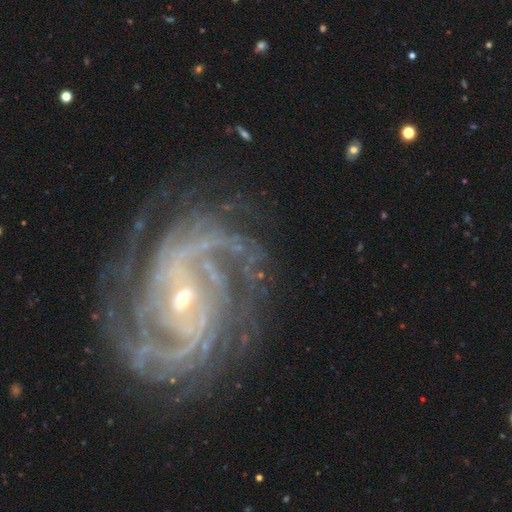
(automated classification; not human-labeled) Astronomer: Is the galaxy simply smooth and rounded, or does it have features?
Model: featured or disk — 92%.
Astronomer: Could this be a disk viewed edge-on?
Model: no — 97%.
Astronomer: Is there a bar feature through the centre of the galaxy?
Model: weak — 40% (runner-up: no, 34%).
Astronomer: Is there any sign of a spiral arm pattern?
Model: yes — 98%.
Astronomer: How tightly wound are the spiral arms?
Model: tight — 62%.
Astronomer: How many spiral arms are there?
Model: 2 — 23% (runner-up: can't tell, 20%).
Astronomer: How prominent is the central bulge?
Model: small — 66%.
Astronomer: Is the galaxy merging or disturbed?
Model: none — 75%.